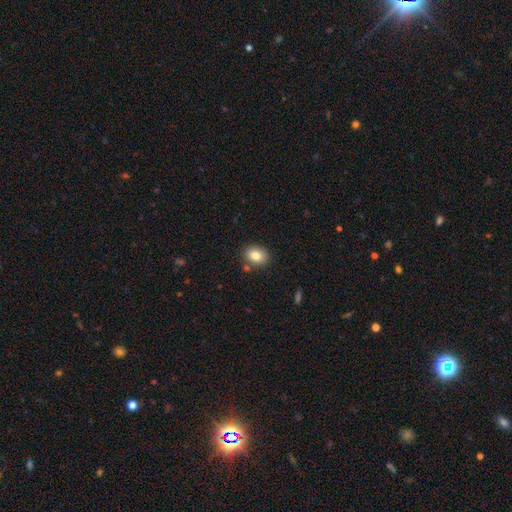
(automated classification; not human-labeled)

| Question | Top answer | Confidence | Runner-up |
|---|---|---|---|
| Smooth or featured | smooth | 82% | star or artifact (9%) |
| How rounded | in between | 61% | round (38%) |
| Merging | none | 83% | minor disturbance (10%) |